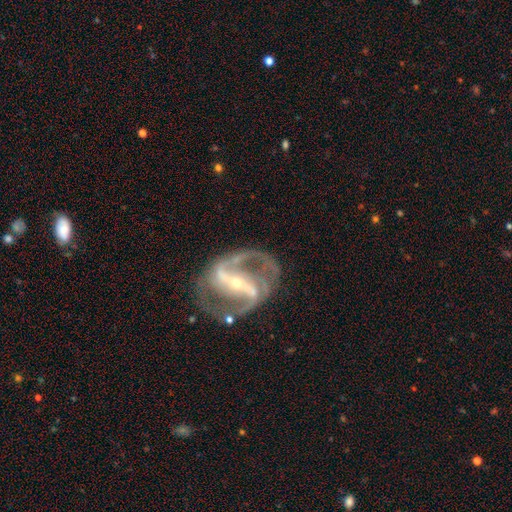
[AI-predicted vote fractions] A featured or disk galaxy (84%) with a strong bar (64%), 2 (79%) medium (45%) spiral arms (86%) and a small central bulge (58%).

Vote fractions:
- Smooth or featured? featured or disk: 84% / star or artifact: 9% / smooth: 7%
- Edge-on disk? no: 95% / yes: 5%
- Bar? strong: 64% / weak: 25% / no: 11%
- Spiral arms? yes: 86% / no: 14%
- Spiral winding? medium: 45% / tight: 29% / loose: 26%
- Spiral arm count? 2: 79% / can't tell: 9% / 1: 5% / 3: 3% / 4: 2% / more than 4: 2%
- Bulge size? small: 58% / moderate: 36% / large: 3% / none: 3% / dominant: 1%
- Merging? none: 64% / minor disturbance: 16% / major disturbance: 16% / merger: 4%